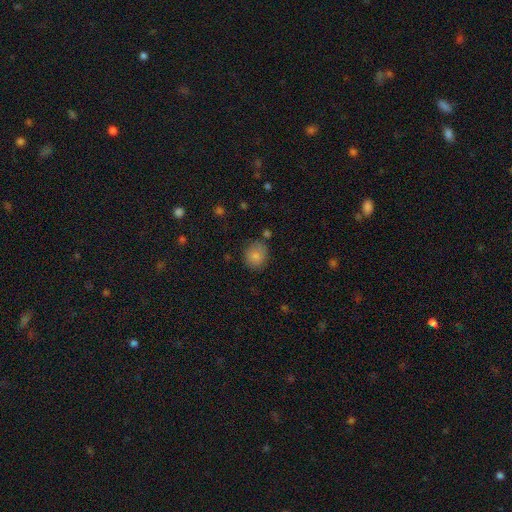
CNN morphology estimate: Smooth or featured? Predicted: smooth (p=0.82). How rounded? Predicted: round (p=0.78). Merging? Predicted: none (p=0.78).